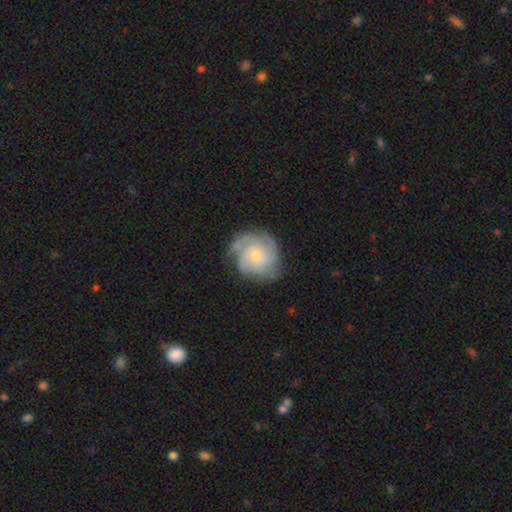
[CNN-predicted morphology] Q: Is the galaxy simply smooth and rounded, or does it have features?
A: featured or disk — 69%.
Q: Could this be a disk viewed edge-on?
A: no — 98%.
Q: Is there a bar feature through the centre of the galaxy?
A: no — 78%.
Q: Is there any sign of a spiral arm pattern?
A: yes — 89%.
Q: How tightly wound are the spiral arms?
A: tight — 57%.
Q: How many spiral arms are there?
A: can't tell — 33%.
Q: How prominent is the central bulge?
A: small — 68%.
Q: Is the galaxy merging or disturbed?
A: none — 63%.